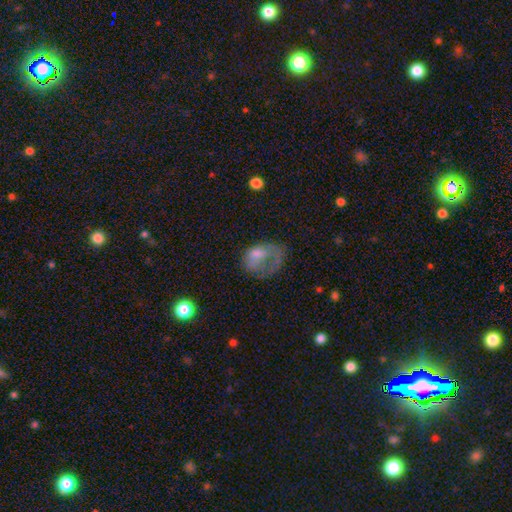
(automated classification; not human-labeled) Smooth or featured: featured or disk — 41% (smooth — 39%)
Merging: major disturbance — 39% (none — 37%)